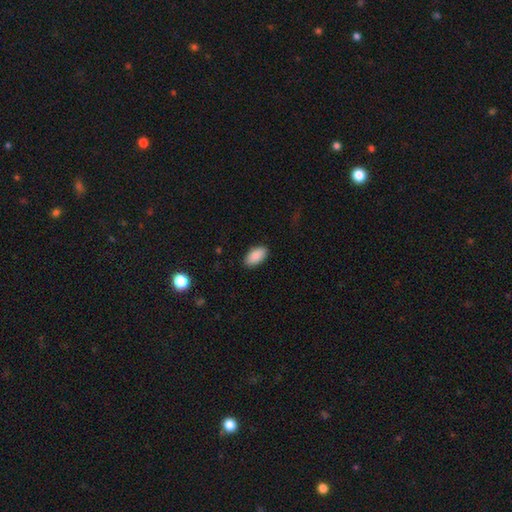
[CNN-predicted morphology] Q: Smooth or featured?
A: smooth (90%); runner-up: star or artifact (7%)
Q: How rounded?
A: in between (95%); runner-up: round (3%)
Q: Merging?
A: none (88%); runner-up: minor disturbance (9%)